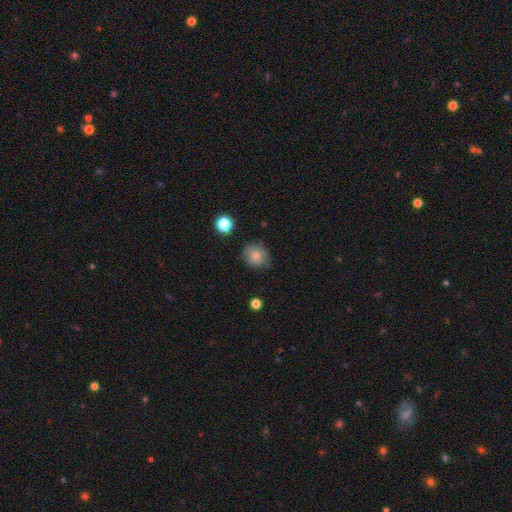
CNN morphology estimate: smooth-or-featured: smooth: 80% | featured or disk: 10% | star or artifact: 9%
  how-rounded: round: 74% | in between: 25% | cigar-shaped: 1%
  merging: none: 78% | minor disturbance: 17% | major disturbance: 3% | merger: 2%